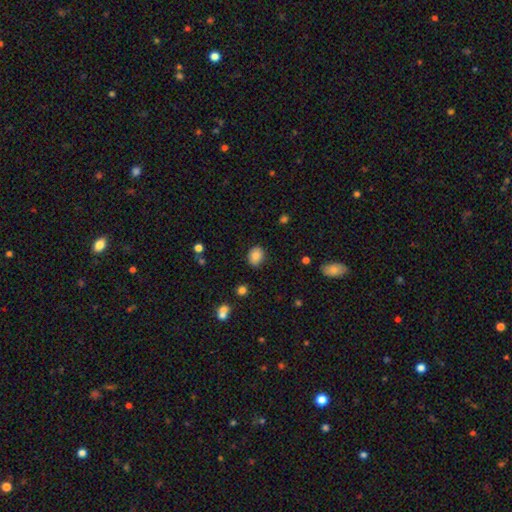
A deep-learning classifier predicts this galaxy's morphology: smooth_or_featured: smooth (p=0.83) [alt: star or artifact p=0.09]
how_rounded: in between (p=0.56) [alt: round p=0.43]
merging: none (p=0.82) [alt: minor disturbance p=0.13]